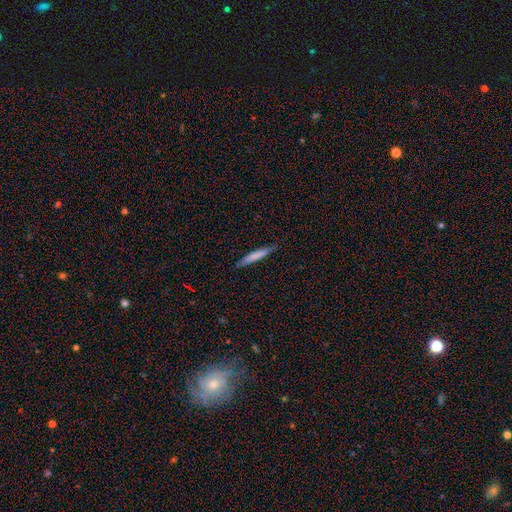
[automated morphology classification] This appears to be a smooth galaxy with no disk features (74%) that is cigar-shaped (93%). Merging: none (85%).